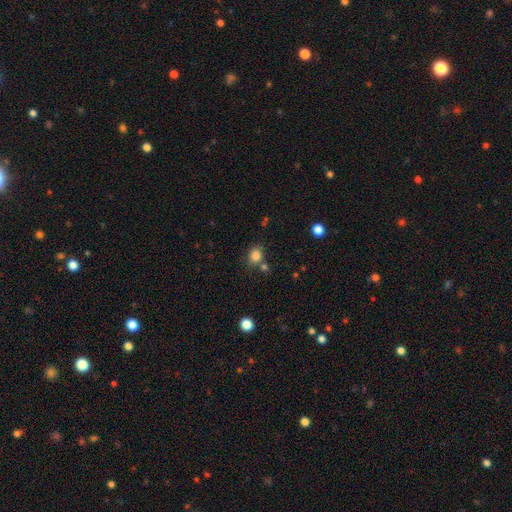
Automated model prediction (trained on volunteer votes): A smooth galaxy with no disk features (82%) that is round (65%). Merging: none (68%).